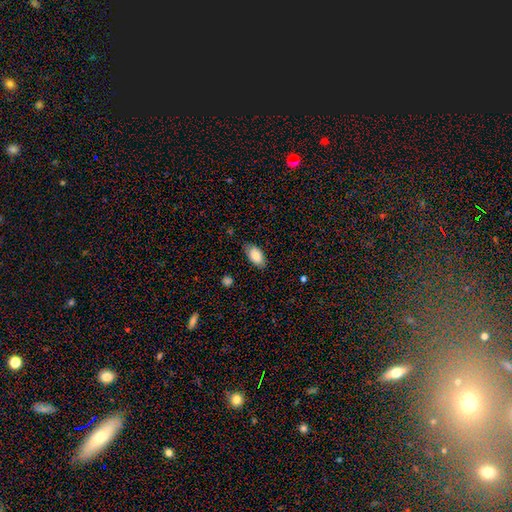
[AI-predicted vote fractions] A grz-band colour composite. It shows a smooth galaxy with no disk features (83%) that is in between round and cigar-shaped (93%). Merging: none (78%).